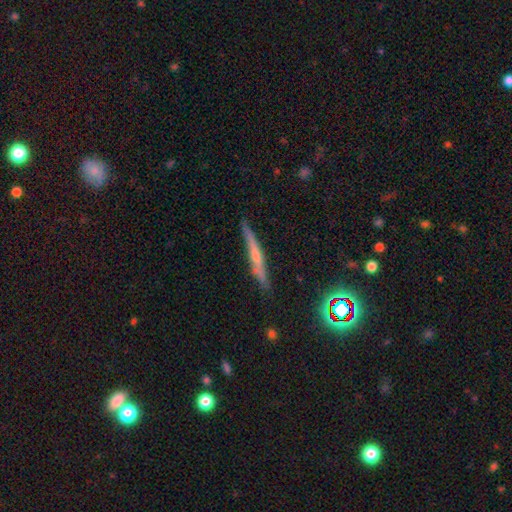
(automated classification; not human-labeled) The model was most divided on "smooth or featured": featured or disk: 64%, smooth: 23%, star or artifact: 13%. More confident: edge-on disk — yes (95%); merging — none (86%); edge-on bulge — rounded (74%).